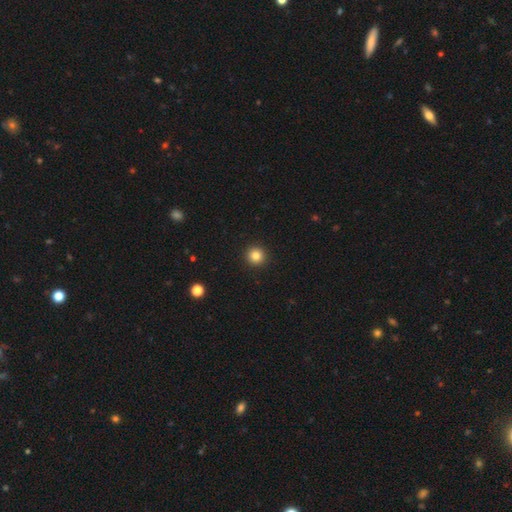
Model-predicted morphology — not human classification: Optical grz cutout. It shows a smooth galaxy with no disk features (83%) that is round (95%). Merging: none (93%).